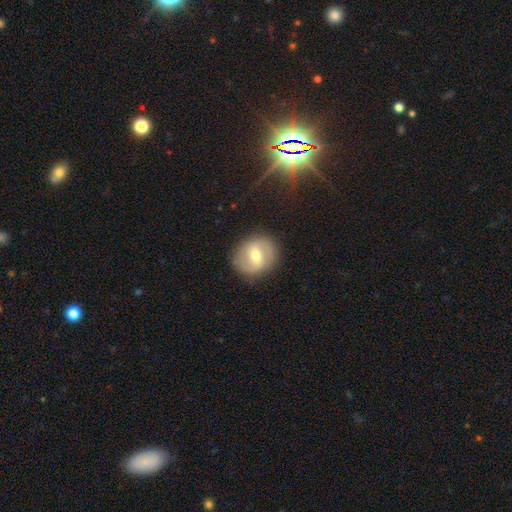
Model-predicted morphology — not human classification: Smooth or featured? featured or disk (59%)
Edge-on disk? no (96%)
Bar? weak (49%)
Spiral arms? yes (64%)
Bulge size? moderate (66%)
Merging? none (85%)